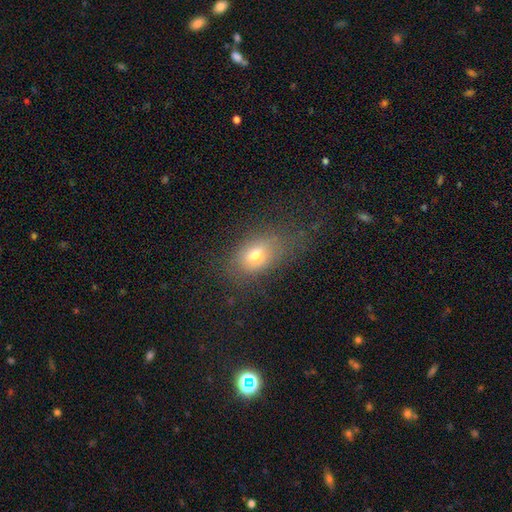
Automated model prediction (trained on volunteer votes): Q: Smooth or featured?
A: smooth (72%); runner-up: featured or disk (15%)
Q: How rounded?
A: in between (72%); runner-up: round (26%)
Q: Merging?
A: none (62%); runner-up: minor disturbance (21%)